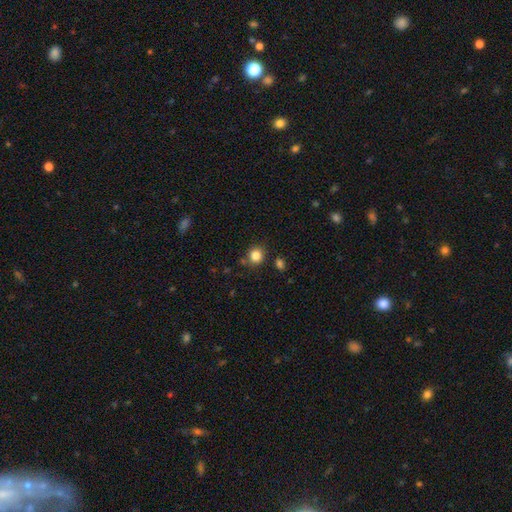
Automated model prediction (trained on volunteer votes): Overall: smooth (84%). How rounded: round (84%). Merging: none (80%).